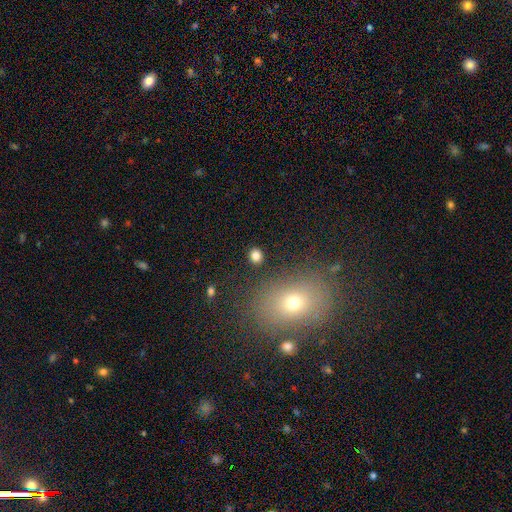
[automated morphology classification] The model was most divided on "how rounded": round: 76%, in between: 22%, cigar-shaped: 1%. More confident: merging — none (88%); smooth or featured — smooth (82%).